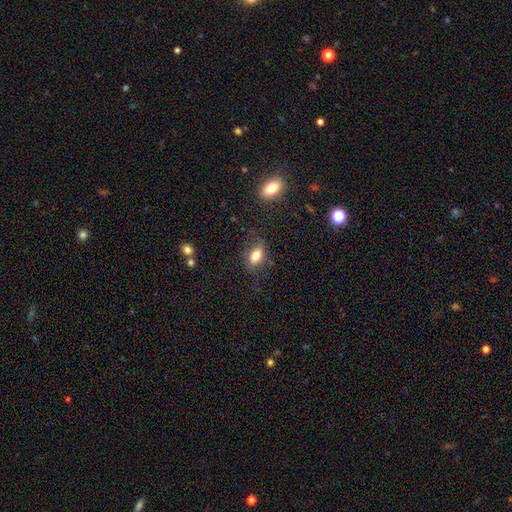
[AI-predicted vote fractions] This appears to be a smooth galaxy with no disk features (79%) that is in between round and cigar-shaped (85%). Merging: none (74%).